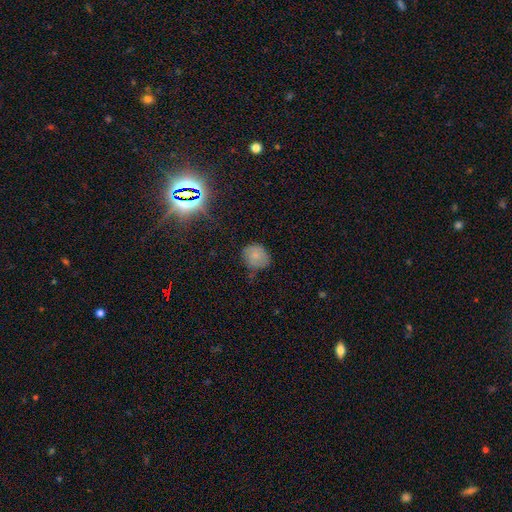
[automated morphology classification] smooth-or-featured: smooth: 75% | featured or disk: 14% | star or artifact: 11%
  how-rounded: round: 69% | in between: 30% | cigar-shaped: 1%
  merging: none: 62% | minor disturbance: 29% | major disturbance: 6% | merger: 3%